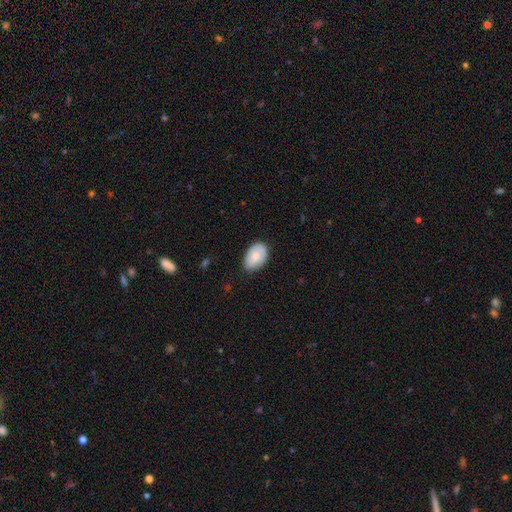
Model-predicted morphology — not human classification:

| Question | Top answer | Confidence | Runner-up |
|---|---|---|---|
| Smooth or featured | smooth | 73% | featured or disk (20%) |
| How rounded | in between | 89% | round (10%) |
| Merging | none | 77% | minor disturbance (19%) |